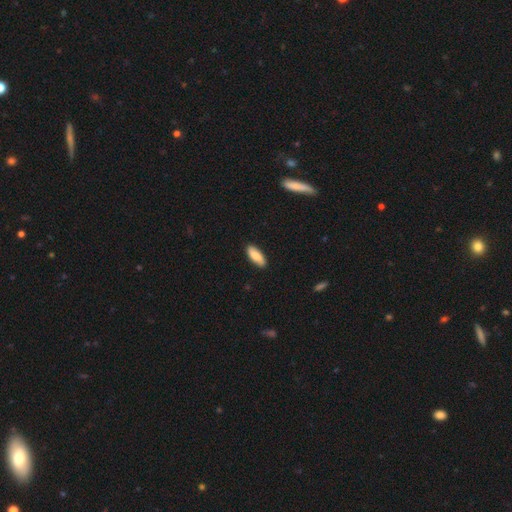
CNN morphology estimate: smooth 77%, featured or disk 17%, star or artifact 6%. Down the decision tree: how rounded — in between (76%); merging — none (86%).